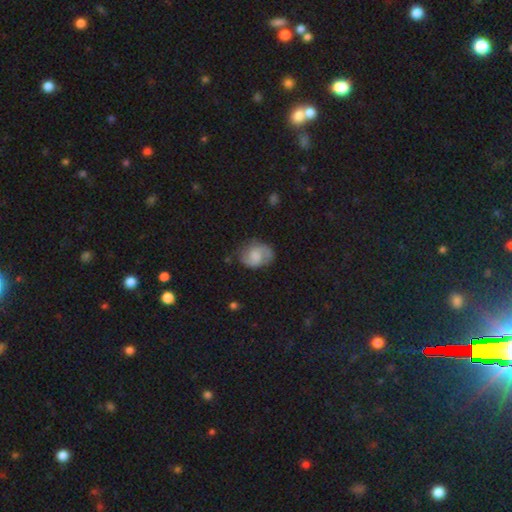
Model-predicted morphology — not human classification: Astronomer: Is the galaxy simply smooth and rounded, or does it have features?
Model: featured or disk — 58% (runner-up: smooth, 35%).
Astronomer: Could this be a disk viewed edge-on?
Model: no — 97%.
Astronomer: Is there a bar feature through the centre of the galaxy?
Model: no — 52% (runner-up: weak, 42%).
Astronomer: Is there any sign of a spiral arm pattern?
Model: yes — 91%.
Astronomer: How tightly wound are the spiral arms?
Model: medium — 50% (runner-up: loose, 27%).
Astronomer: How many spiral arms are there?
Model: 2 — 85%.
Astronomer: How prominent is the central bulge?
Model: moderate — 38% (runner-up: small, 31%).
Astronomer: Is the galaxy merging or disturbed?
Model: none — 72%.